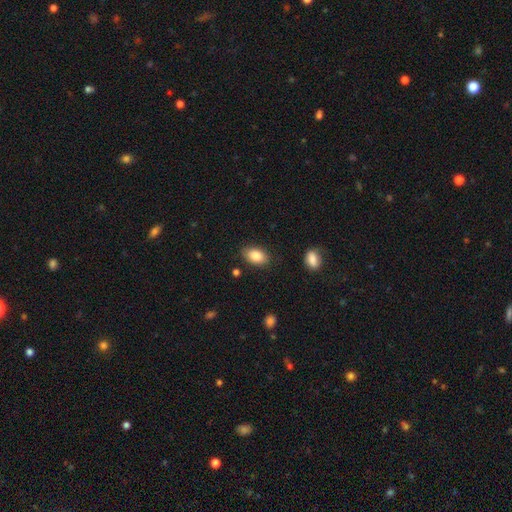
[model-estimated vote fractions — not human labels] Q: Smooth or featured?
A: smooth (87%); runner-up: star or artifact (7%)
Q: How rounded?
A: in between (90%); runner-up: round (8%)
Q: Merging?
A: none (84%); runner-up: minor disturbance (11%)